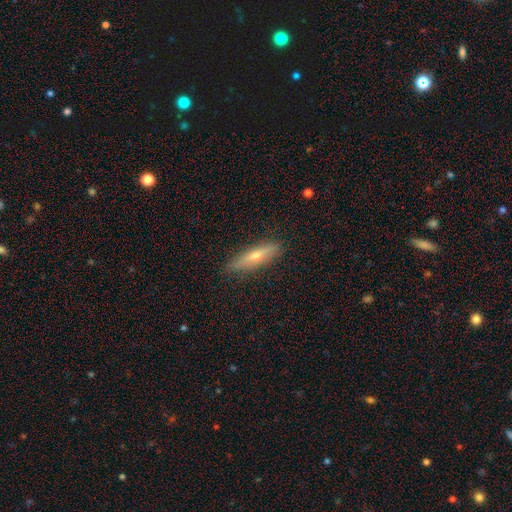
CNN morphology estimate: A smooth galaxy with no disk features (52%) that is cigar-shaped (75%). Merging: none (87%).